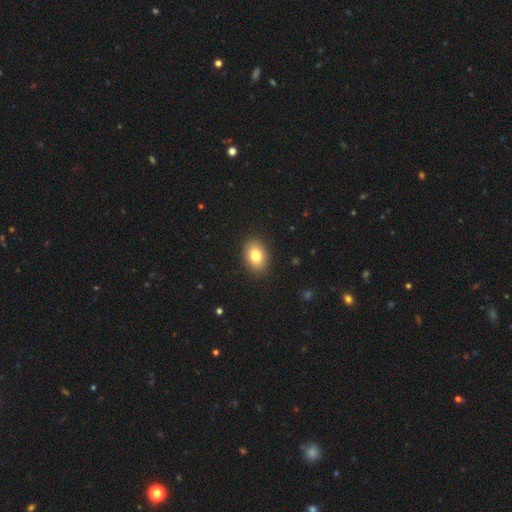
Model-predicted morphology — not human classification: smooth-or-featured: smooth: 81% | featured or disk: 10% | star or artifact: 9%
  how-rounded: in between: 76% | round: 23% | cigar-shaped: 1%
  merging: none: 90% | minor disturbance: 7% | major disturbance: 2% | merger: 1%